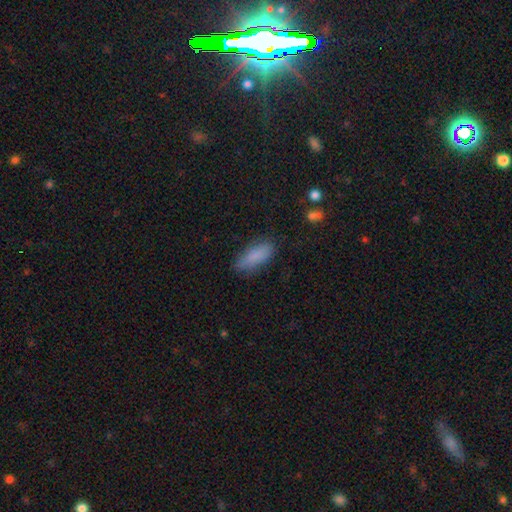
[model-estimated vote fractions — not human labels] This appears to be a smooth galaxy with no disk features (85%) that is in between round and cigar-shaped (71%). Merging: none (78%).